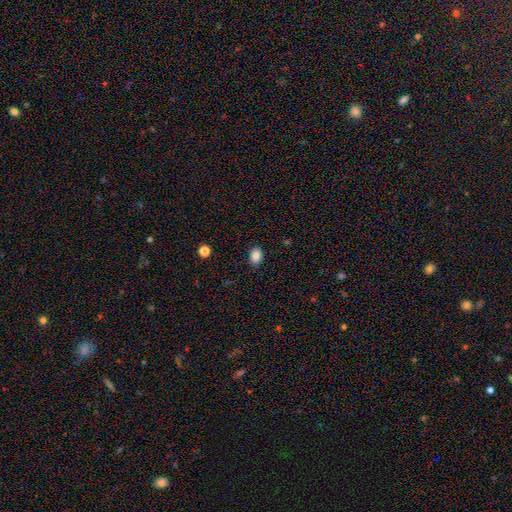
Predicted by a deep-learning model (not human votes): smooth-or-featured: smooth: 85% | star or artifact: 10% | featured or disk: 5%
  how-rounded: in between: 68% | round: 31% | cigar-shaped: 1%
  merging: none: 87% | minor disturbance: 10% | major disturbance: 2% | merger: 1%